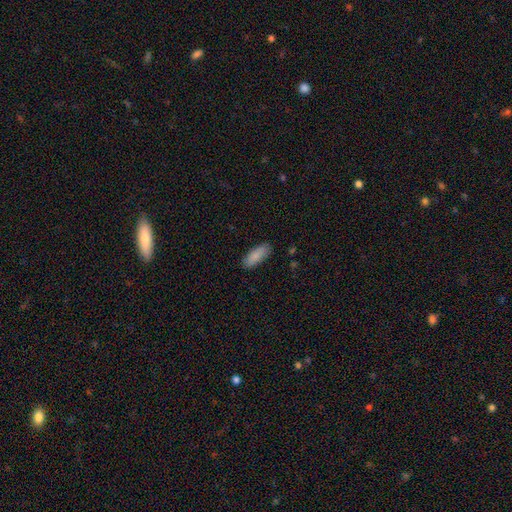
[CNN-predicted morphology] Overall: smooth (87%). How rounded: in between (75%). Merging: none (87%).